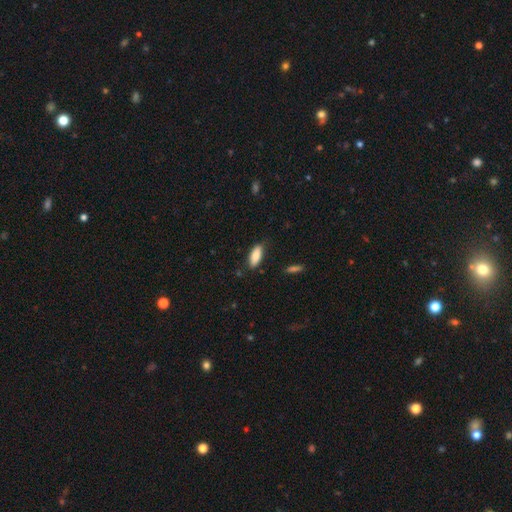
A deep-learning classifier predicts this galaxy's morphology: This is clearly a smooth galaxy (85%). How rounded: likely in between (76%). Merging: clearly none (82%).